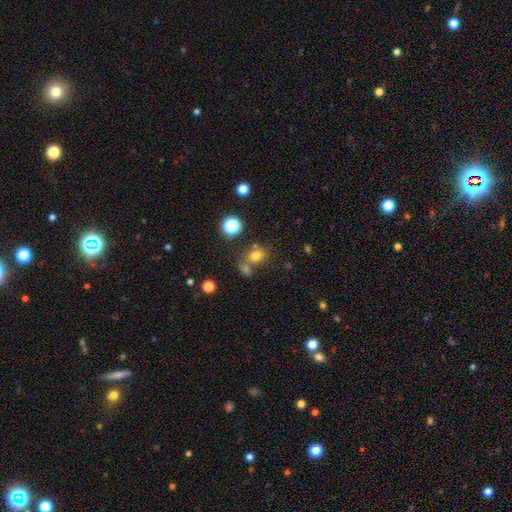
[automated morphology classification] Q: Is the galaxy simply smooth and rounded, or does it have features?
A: smooth — 73%.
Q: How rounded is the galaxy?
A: in between — 50%.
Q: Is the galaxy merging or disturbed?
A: none — 53%.